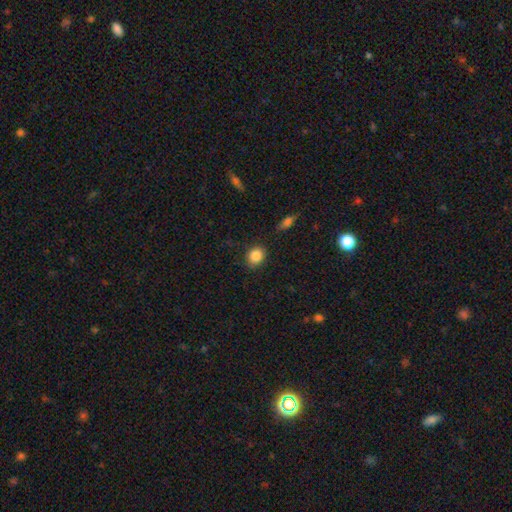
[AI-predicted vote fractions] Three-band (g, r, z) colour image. It shows a smooth galaxy with no disk features (86%) that is round (64%). Merging: none (85%).